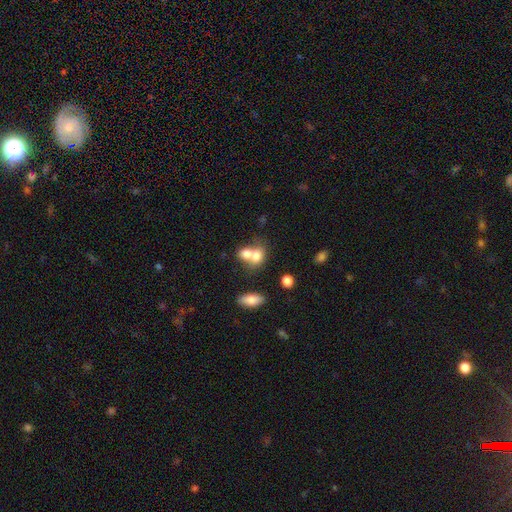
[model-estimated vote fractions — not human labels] smooth-or-featured: smooth: 73% | featured or disk: 18% | star or artifact: 10%
  how-rounded: in between: 58% | round: 40% | cigar-shaped: 2%
  merging: merger: 68% | none: 22% | minor disturbance: 7% | major disturbance: 4%